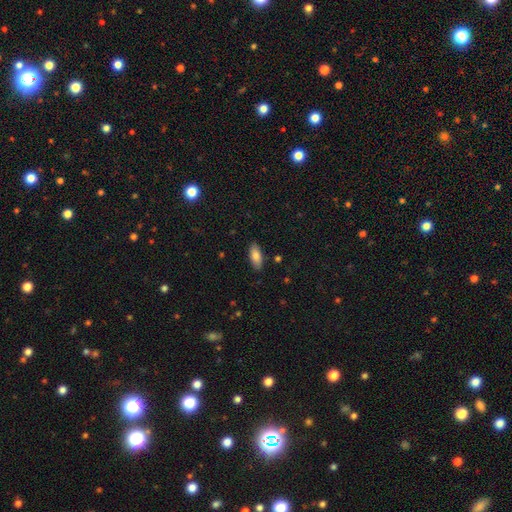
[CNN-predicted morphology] This appears to be a smooth galaxy with no disk features (83%) that is in between round and cigar-shaped (83%). Merging: none (87%).